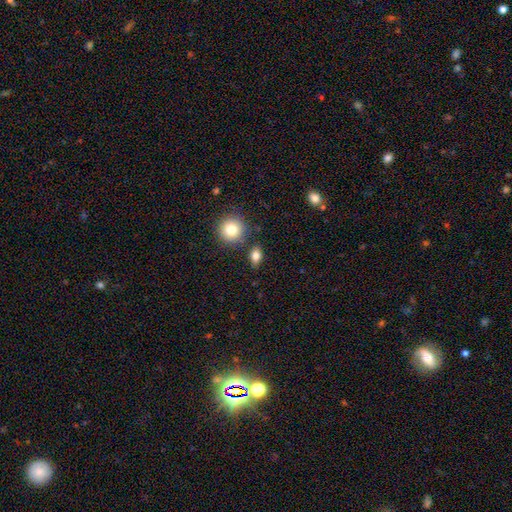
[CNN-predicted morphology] Q: Smooth or featured?
A: smooth (81%); runner-up: star or artifact (10%)
Q: How rounded?
A: in between (70%); runner-up: round (26%)
Q: Merging?
A: none (80%); runner-up: minor disturbance (11%)